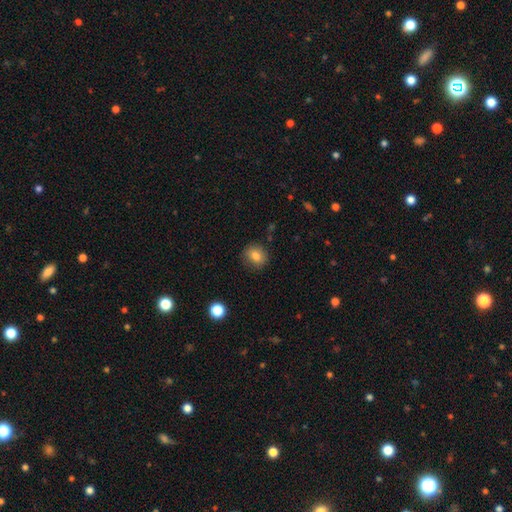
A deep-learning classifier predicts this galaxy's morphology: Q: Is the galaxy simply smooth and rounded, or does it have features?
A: smooth — 81%.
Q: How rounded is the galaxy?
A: round — 69%.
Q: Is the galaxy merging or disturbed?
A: none — 84%.